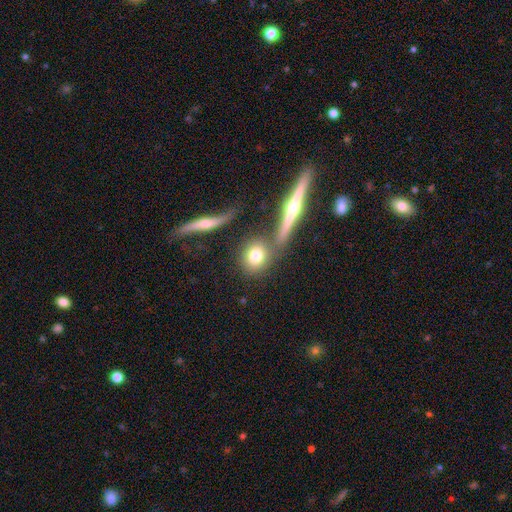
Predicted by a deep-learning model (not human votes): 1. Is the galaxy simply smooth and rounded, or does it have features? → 75% smooth, 17% featured or disk, 8% star or artifact.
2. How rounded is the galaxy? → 69% round, 24% in between, 6% cigar-shaped.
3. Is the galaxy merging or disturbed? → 64% none, 21% merger, 10% minor disturbance, 5% major disturbance.